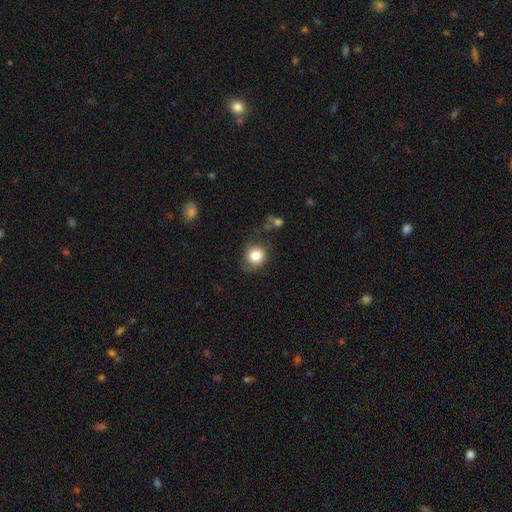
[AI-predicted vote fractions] smooth-or-featured: smooth: 84% | star or artifact: 10% | featured or disk: 6%
  how-rounded: round: 82% | in between: 17% | cigar-shaped: 1%
  merging: none: 74% | minor disturbance: 18% | major disturbance: 6% | merger: 3%